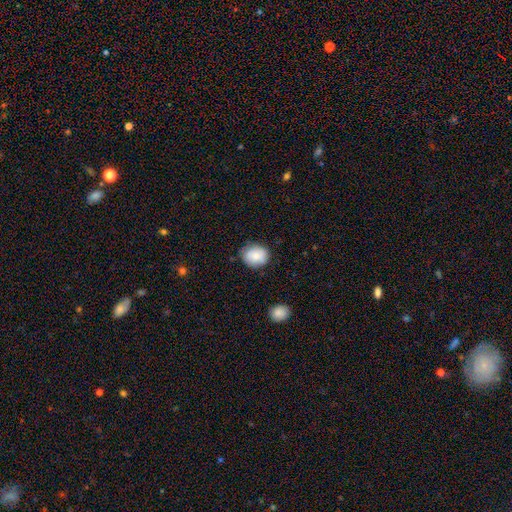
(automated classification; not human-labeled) Morphology: type=smooth (81%); roundness=round (65%); merging=none (77%).